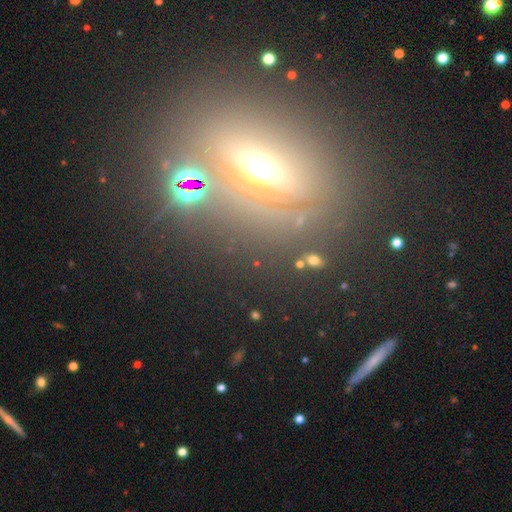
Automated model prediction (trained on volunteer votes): A featured or disk galaxy (46%). Merging: none (76%).